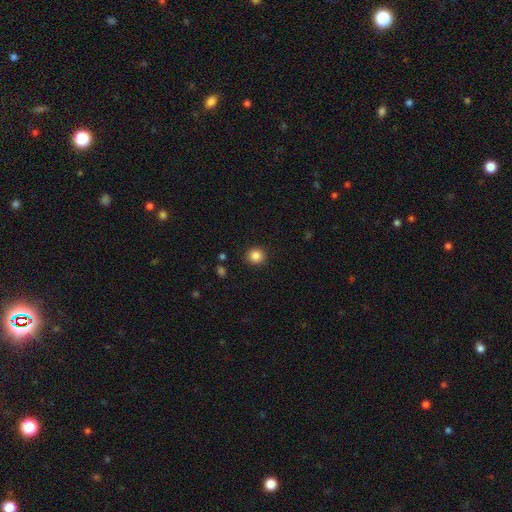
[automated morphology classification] Smooth or featured? smooth (85%)
How rounded? round (92%)
Merging? none (91%)